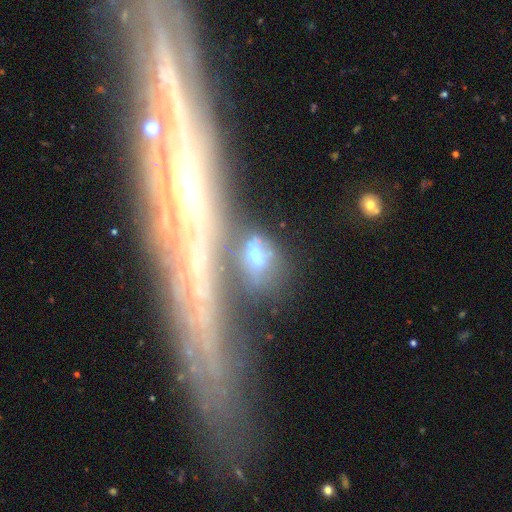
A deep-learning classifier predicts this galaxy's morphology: Q: Smooth or featured?
A: featured or disk (38%); tied with: smooth (38%)
Q: Merging?
A: none (38%); runner-up: merger (28%)